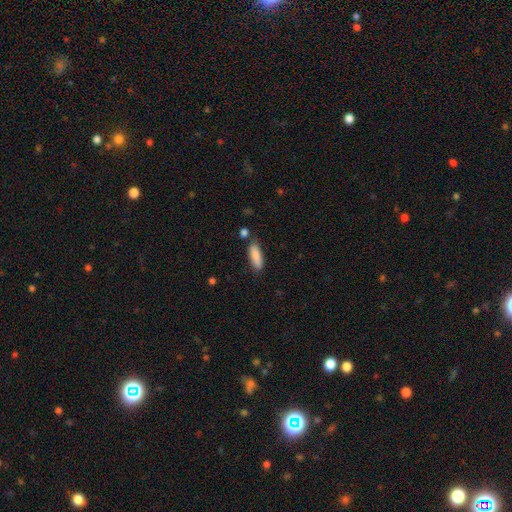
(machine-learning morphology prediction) Smooth or featured?
  - smooth: 86% *
  - featured or disk: 8%
  - star or artifact: 6%
How rounded?
  - in between: 56% *
  - cigar-shaped: 43%
  - round: 2%
Merging?
  - none: 77% *
  - minor disturbance: 14%
  - merger: 5%
  - major disturbance: 3%